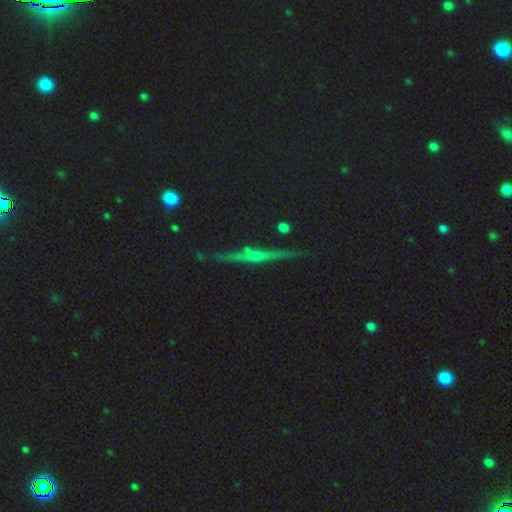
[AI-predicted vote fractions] smooth-or-featured: featured or disk: 66% | star or artifact: 22% | smooth: 13%
  disk-edge-on: yes: 94% | no: 6%
    edge-on-bulge: rounded: 86% | none: 8% | boxy: 6%
  merging: none: 90% | minor disturbance: 7% | major disturbance: 2% | merger: 2%